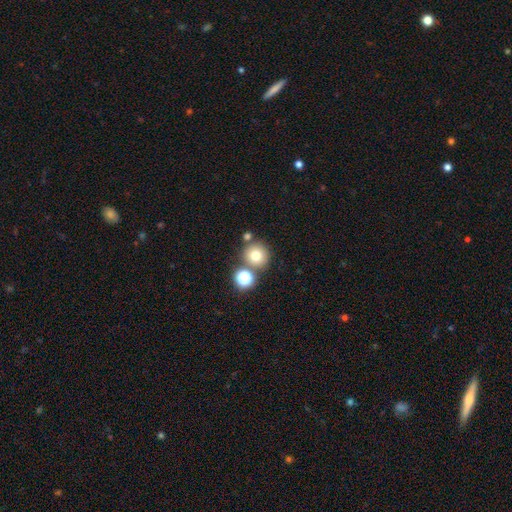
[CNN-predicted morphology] The model was most divided on "merging": none: 71%, merger: 17%, minor disturbance: 8%, major disturbance: 3%. More confident: how rounded — round (93%); smooth or featured — smooth (73%).